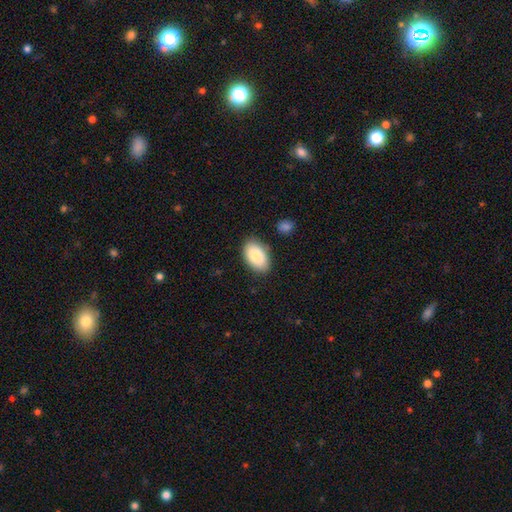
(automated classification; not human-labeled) This appears to be a smooth galaxy with no disk features (81%) that is in between round and cigar-shaped (93%). Merging: none (83%).